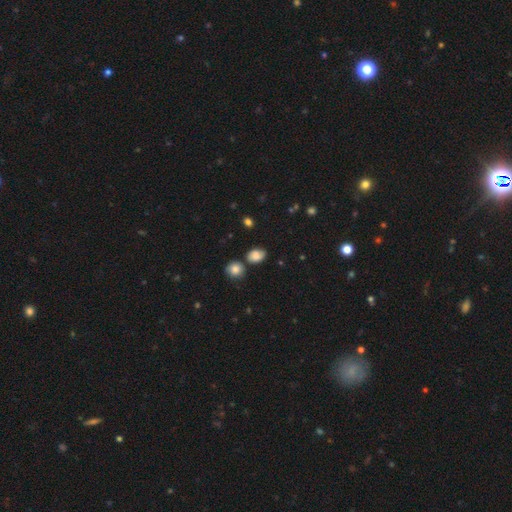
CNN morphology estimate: Smooth or featured? smooth (79%)
How rounded? in between (64%)
Merging? none (62%)